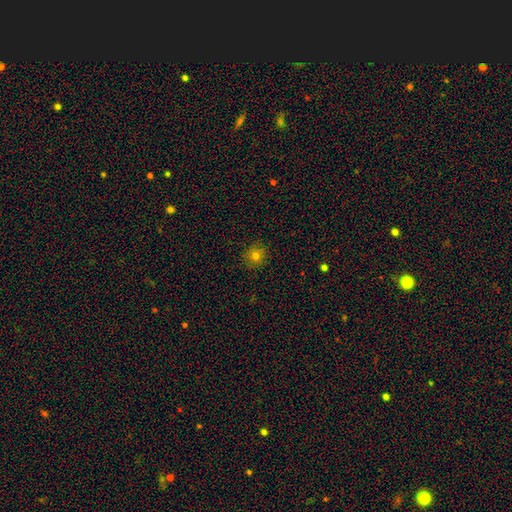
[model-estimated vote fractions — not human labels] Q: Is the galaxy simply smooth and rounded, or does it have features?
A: smooth — 78%.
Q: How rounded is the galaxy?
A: round — 88%.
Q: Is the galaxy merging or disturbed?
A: none — 89%.